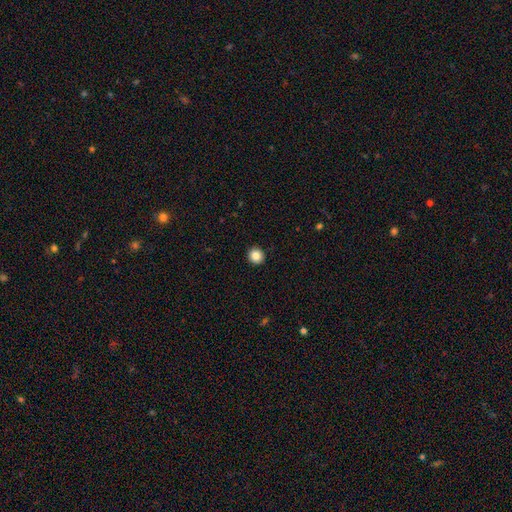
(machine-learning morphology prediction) smooth 86%, star or artifact 10%, featured or disk 5%. Down the decision tree: how rounded — round (93%); merging — none (93%).